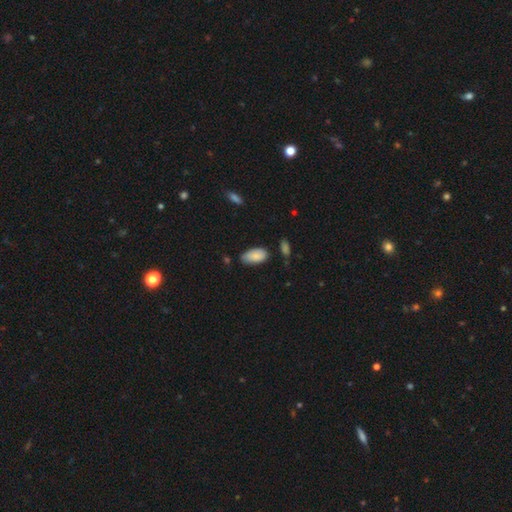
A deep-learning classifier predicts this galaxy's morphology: smooth-or-featured: smooth: 85% | featured or disk: 8% | star or artifact: 7%
  how-rounded: in between: 94% | cigar-shaped: 3% | round: 2%
  merging: none: 62% | minor disturbance: 30% | major disturbance: 5% | merger: 3%